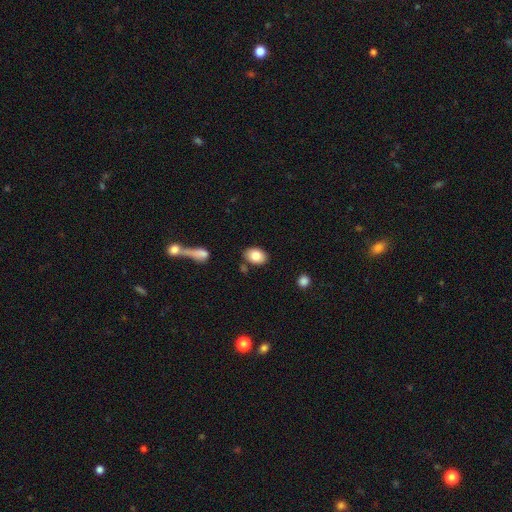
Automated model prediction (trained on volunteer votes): smooth 84%, featured or disk 9%, star or artifact 8%. Down the decision tree: how rounded — in between (79%); merging — none (81%).